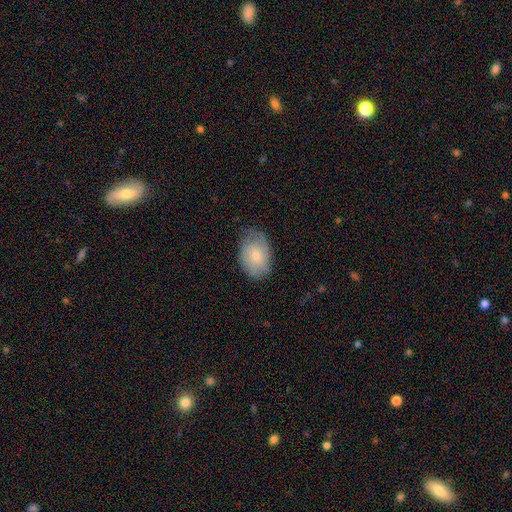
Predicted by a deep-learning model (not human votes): Smooth or featured? smooth (65%)
How rounded? in between (87%)
Merging? none (64%)